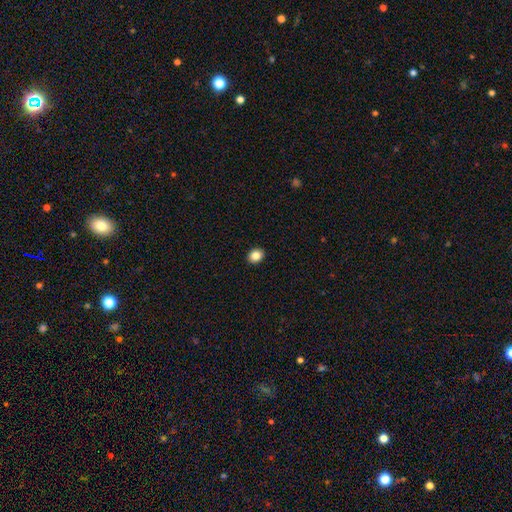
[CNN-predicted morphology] Smooth or featured?
  - smooth: 85% *
  - star or artifact: 10%
  - featured or disk: 5%
How rounded?
  - round: 59% *
  - in between: 40%
  - cigar-shaped: 1%
Merging?
  - none: 92% *
  - minor disturbance: 6%
  - major disturbance: 2%
  - merger: 1%